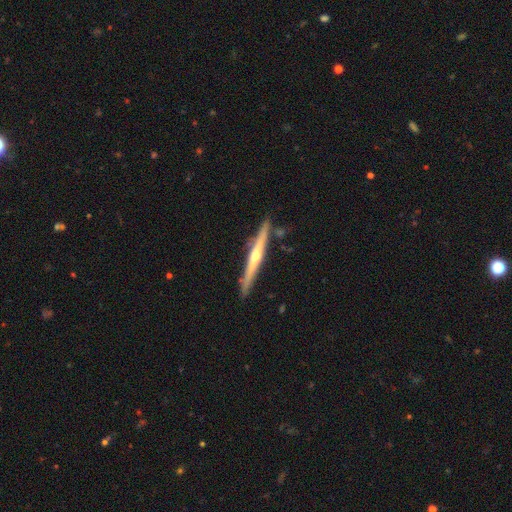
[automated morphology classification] This is likely a featured or disk galaxy (75%). It is clearly viewed edge-on (98%). Edge-on bulge: clearly rounded (84%). Merging: clearly none (88%).